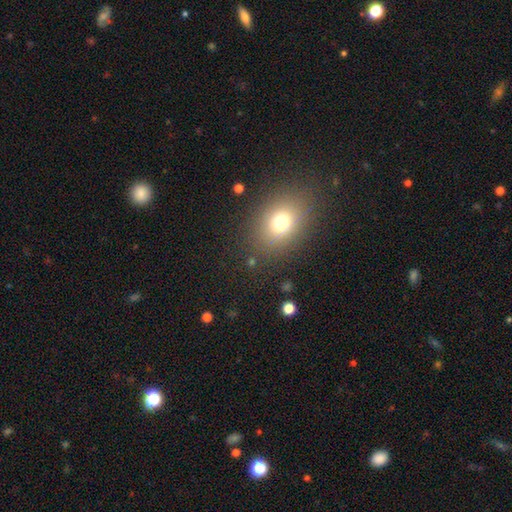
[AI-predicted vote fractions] This appears to be a smooth galaxy with no disk features (70%) that is in between round and cigar-shaped (58%). Merging: none (88%).